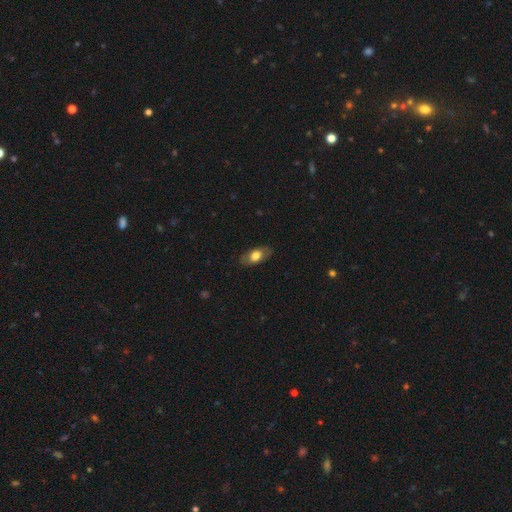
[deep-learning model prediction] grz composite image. It shows a smooth galaxy with no disk features (68%) that is in between round and cigar-shaped (89%). Merging: none (82%).